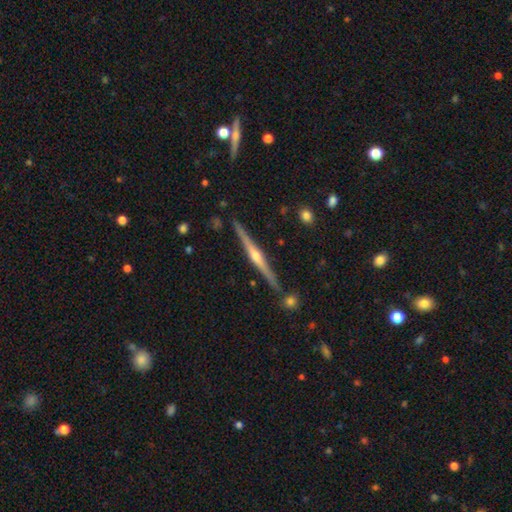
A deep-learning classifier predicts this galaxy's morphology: This is clearly a featured or disk galaxy (84%). It is clearly viewed edge-on (98%). Edge-on bulge: clearly rounded (89%). Merging: clearly none (89%).